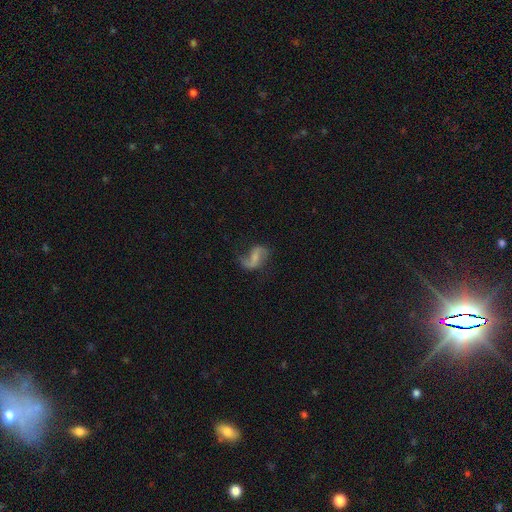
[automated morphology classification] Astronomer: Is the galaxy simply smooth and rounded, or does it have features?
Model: featured or disk — 82%.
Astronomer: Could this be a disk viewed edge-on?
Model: no — 97%.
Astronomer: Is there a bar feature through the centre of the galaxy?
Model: weak — 46% (runner-up: no, 32%).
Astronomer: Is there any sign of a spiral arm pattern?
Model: yes — 95%.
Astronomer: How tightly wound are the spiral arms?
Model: loose — 70%.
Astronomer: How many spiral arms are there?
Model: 2 — 87%.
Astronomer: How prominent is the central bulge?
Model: small — 53%.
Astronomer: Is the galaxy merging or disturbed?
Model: none — 69%.